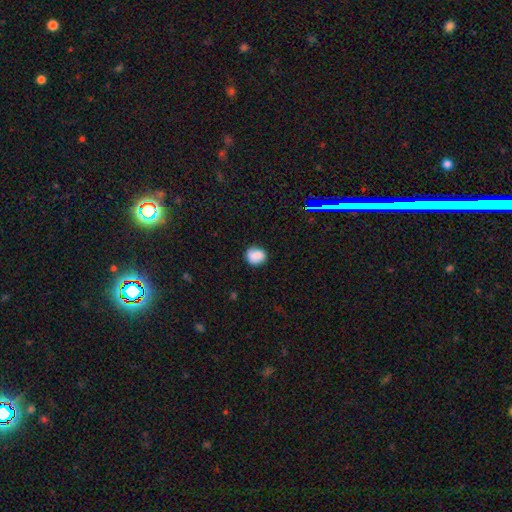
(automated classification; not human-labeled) Smooth or featured: smooth — 86% (star or artifact — 9%)
How rounded: round — 68% (in between — 31%)
Merging: none — 81% (minor disturbance — 14%)